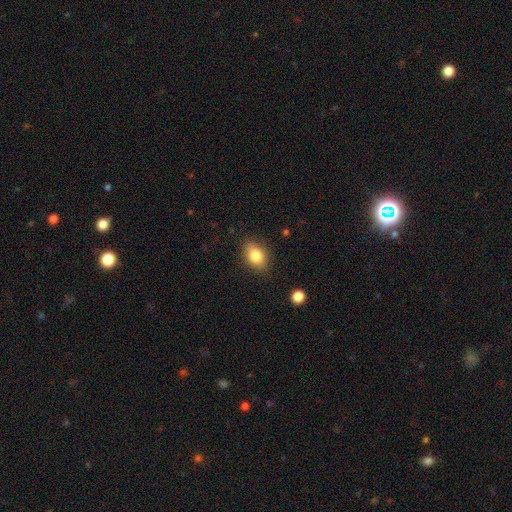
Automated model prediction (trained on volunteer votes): Q: Smooth or featured?
A: smooth (82%); runner-up: featured or disk (10%)
Q: How rounded?
A: in between (82%); runner-up: round (16%)
Q: Merging?
A: none (84%); runner-up: minor disturbance (12%)